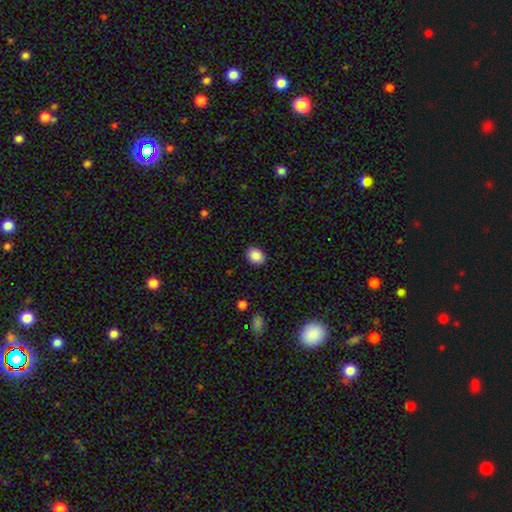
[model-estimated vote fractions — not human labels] The model was most divided on "how rounded": in between: 59%, round: 40%, cigar-shaped: 1%. More confident: merging — none (89%); smooth or featured — smooth (88%).